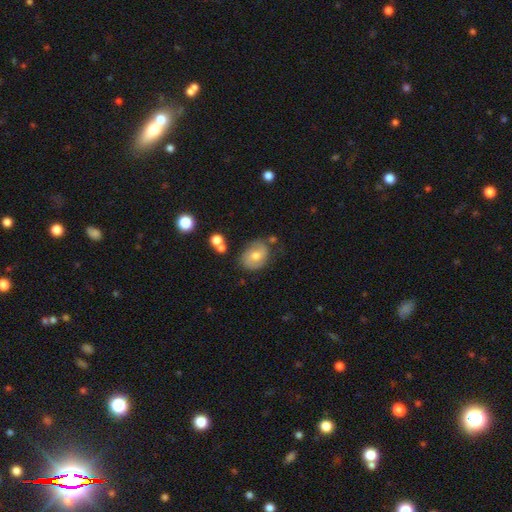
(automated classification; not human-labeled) smooth-or-featured: smooth: 50% | featured or disk: 41% | star or artifact: 9%
  how-rounded: round: 52% | in between: 47% | cigar-shaped: 1%
  merging: none: 67% | minor disturbance: 21% | major disturbance: 6% | merger: 6%